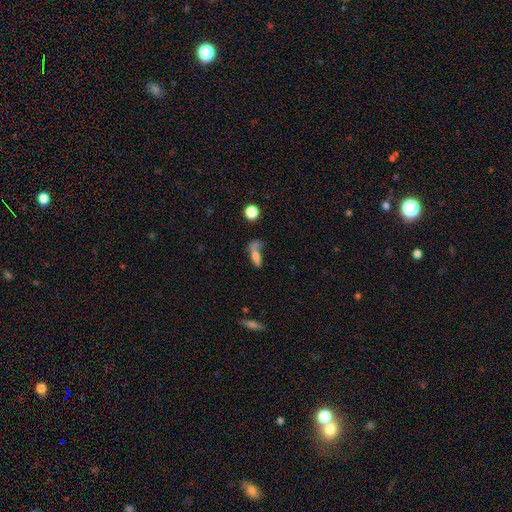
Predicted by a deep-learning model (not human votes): smooth_or_featured: smooth (p=0.66) [alt: featured or disk p=0.21]
how_rounded: in between (p=0.50) [alt: cigar-shaped p=0.43]
merging: none (p=0.32) [alt: major disturbance p=0.27]